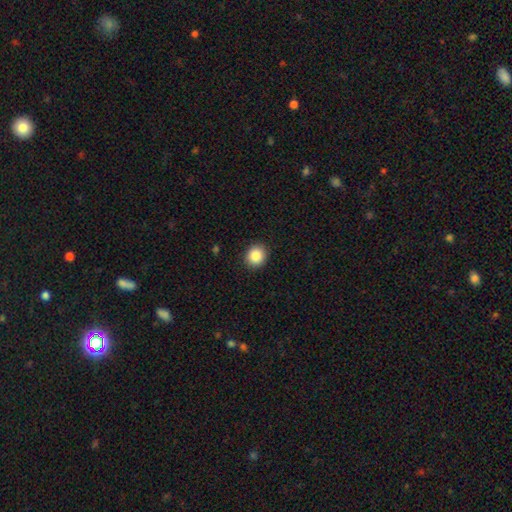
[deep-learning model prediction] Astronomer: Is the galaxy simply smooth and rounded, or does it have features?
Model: smooth — 88%.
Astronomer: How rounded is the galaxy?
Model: round — 83%.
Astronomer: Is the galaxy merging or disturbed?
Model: none — 90%.